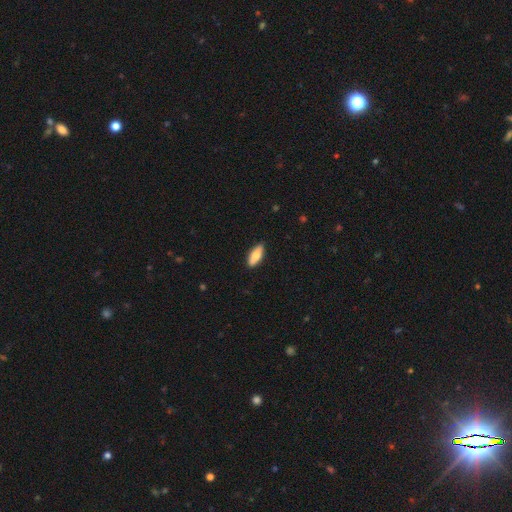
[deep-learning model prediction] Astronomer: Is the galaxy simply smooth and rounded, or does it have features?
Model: smooth — 79%.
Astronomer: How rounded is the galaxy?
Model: in between — 73%.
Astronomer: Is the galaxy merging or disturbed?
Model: none — 87%.